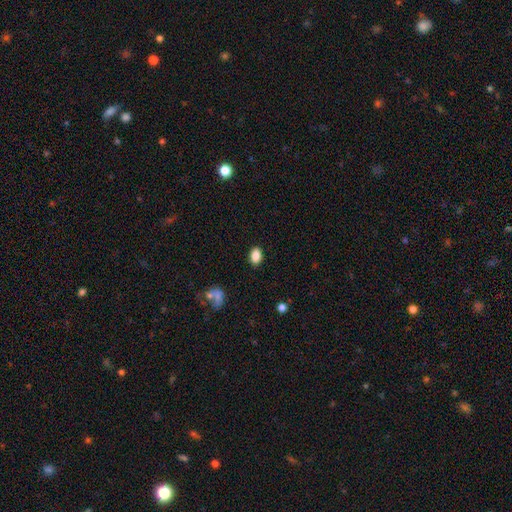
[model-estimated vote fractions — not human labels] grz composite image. It shows a smooth galaxy with no disk features (86%) that is in between round and cigar-shaped (86%). Merging: none (88%).